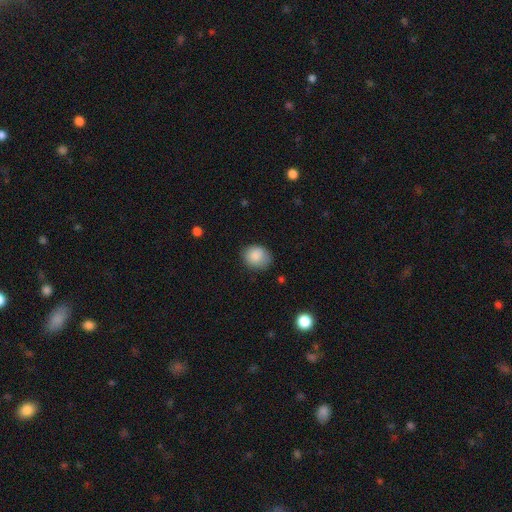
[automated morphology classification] A smooth galaxy with no disk features (87%) that is round (66%). Merging: none (76%).